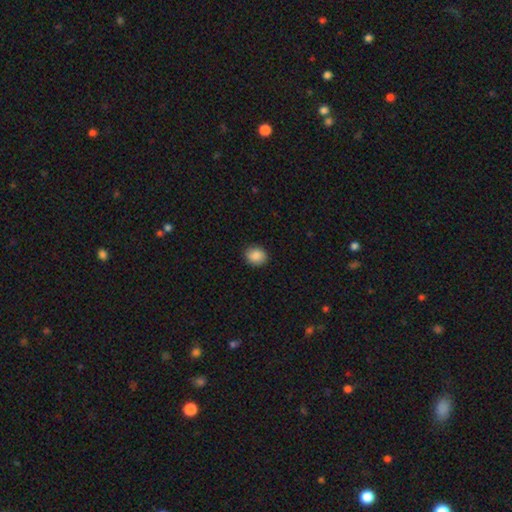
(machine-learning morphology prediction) A smooth galaxy with no disk features (89%) that is round (64%).

Vote fractions:
- Smooth or featured? smooth: 89% / star or artifact: 8% / featured or disk: 3%
- How rounded? round: 64% / in between: 35% / cigar-shaped: 1%
- Merging? none: 88% / minor disturbance: 9% / major disturbance: 2% / merger: 1%